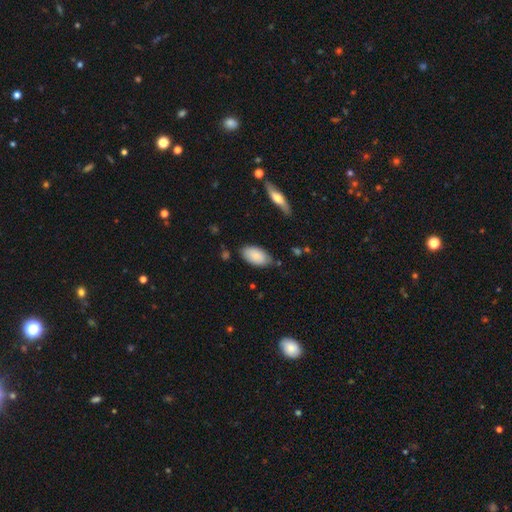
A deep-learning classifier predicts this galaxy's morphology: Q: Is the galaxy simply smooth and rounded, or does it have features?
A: smooth — 85%.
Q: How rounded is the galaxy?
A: in between — 94%.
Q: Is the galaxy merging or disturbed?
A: none — 75%.